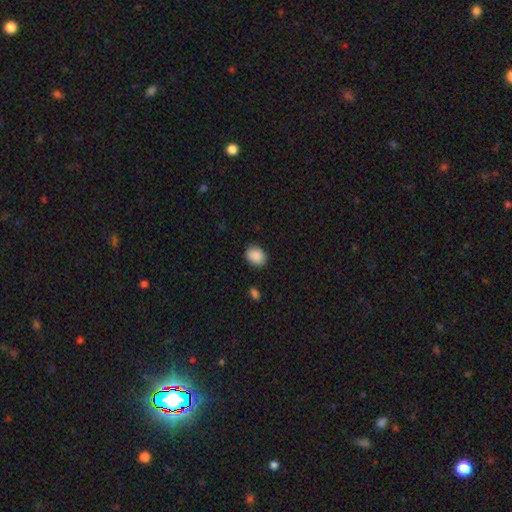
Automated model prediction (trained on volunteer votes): A smooth galaxy with no disk features (89%) that is in between round and cigar-shaped (55%).

Vote fractions:
- Smooth or featured? smooth: 89% / star or artifact: 8% / featured or disk: 3%
- How rounded? in between: 55% / round: 45% / cigar-shaped: 1%
- Merging? none: 84% / minor disturbance: 12% / major disturbance: 3% / merger: 2%